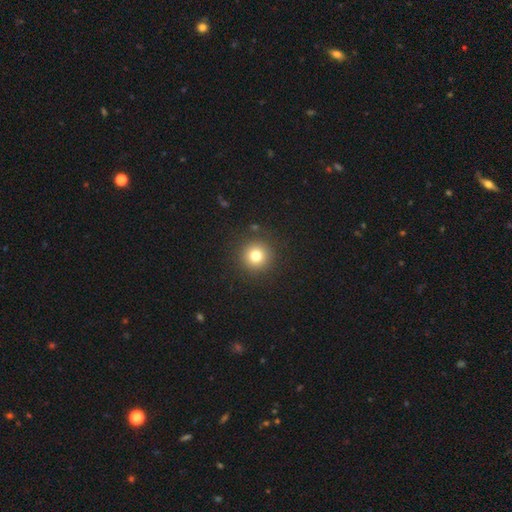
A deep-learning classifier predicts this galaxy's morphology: type=smooth (79%); roundness=round (95%); merging=none (90%).